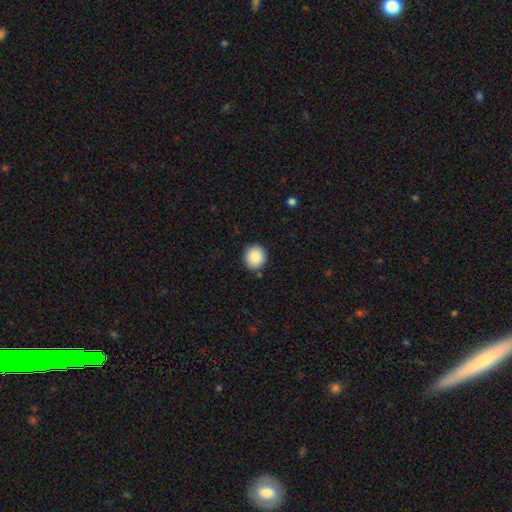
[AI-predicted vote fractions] Q: Smooth or featured?
A: smooth (89%); runner-up: star or artifact (8%)
Q: How rounded?
A: round (90%); runner-up: in between (9%)
Q: Merging?
A: none (89%); runner-up: minor disturbance (7%)